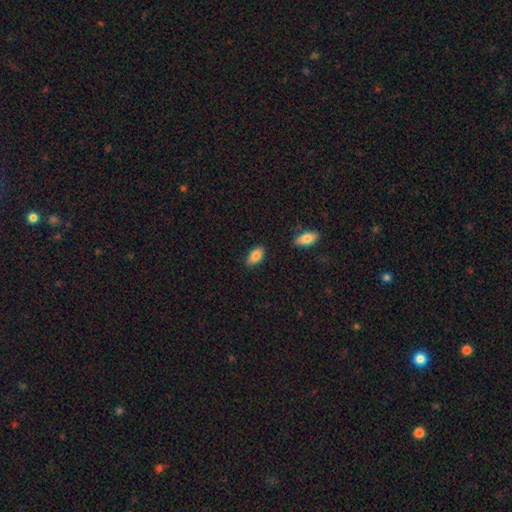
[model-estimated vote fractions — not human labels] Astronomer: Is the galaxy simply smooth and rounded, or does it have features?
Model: smooth — 84%.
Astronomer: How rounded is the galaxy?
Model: in between — 92%.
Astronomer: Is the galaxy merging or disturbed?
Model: none — 85%.